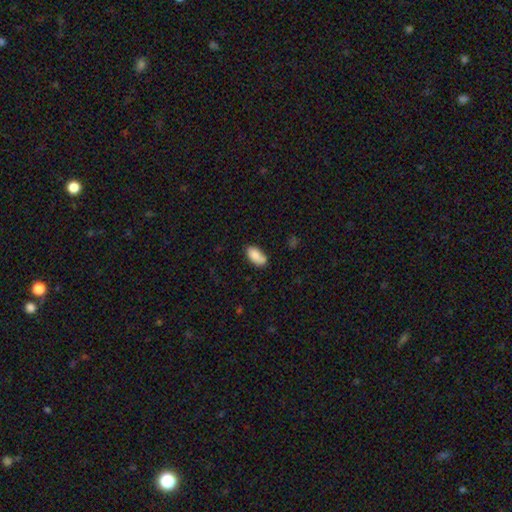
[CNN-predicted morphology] smooth_or_featured: smooth (p=0.84) [alt: featured or disk p=0.09]
how_rounded: in between (p=0.92) [alt: round p=0.04]
merging: none (p=0.61) [alt: minor disturbance p=0.21]